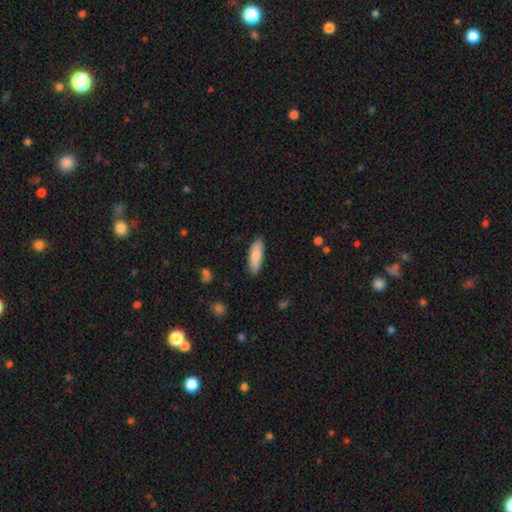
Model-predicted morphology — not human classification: smooth 82%, featured or disk 12%, star or artifact 6%. Down the decision tree: how rounded — in between (58%); merging — none (86%).